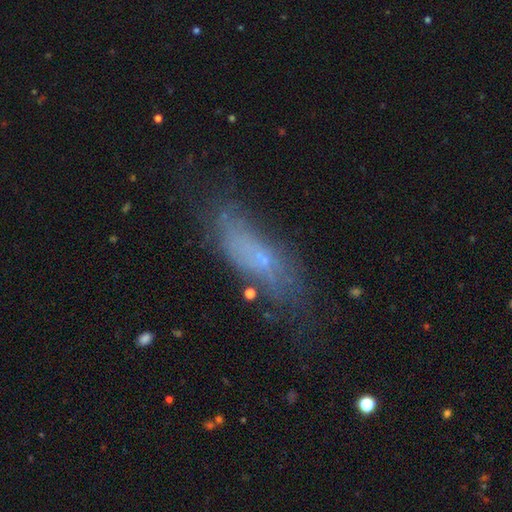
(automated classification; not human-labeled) Q: Smooth or featured?
A: smooth (53%); runner-up: featured or disk (33%)
Q: How rounded?
A: in between (55%); runner-up: cigar-shaped (42%)
Q: Merging?
A: none (50%); runner-up: minor disturbance (27%)